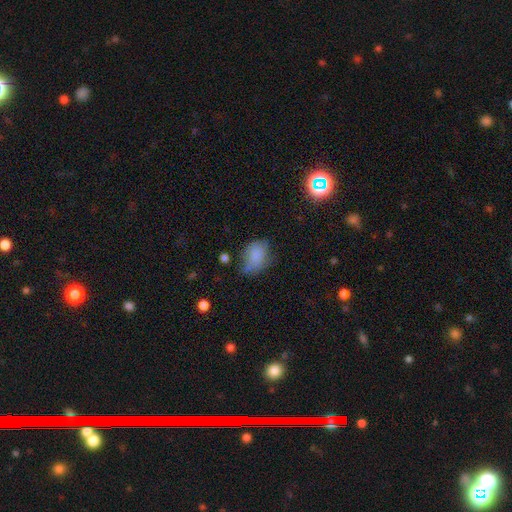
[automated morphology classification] A smooth galaxy with no disk features (79%) that is in between round and cigar-shaped (74%).

Vote fractions:
- Smooth or featured? smooth: 79% / featured or disk: 12% / star or artifact: 10%
- How rounded? in between: 74% / round: 25% / cigar-shaped: 1%
- Merging? none: 47% / minor disturbance: 35% / major disturbance: 13% / merger: 5%